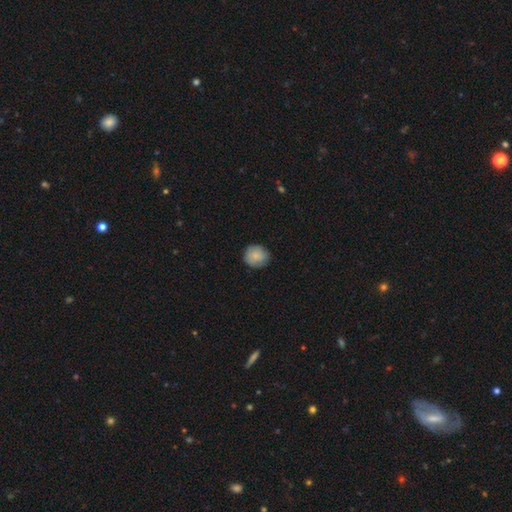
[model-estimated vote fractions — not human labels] smooth_or_featured: smooth (p=0.86) [alt: featured or disk p=0.07]
how_rounded: round (p=0.88) [alt: in between p=0.11]
merging: none (p=0.86) [alt: minor disturbance p=0.11]